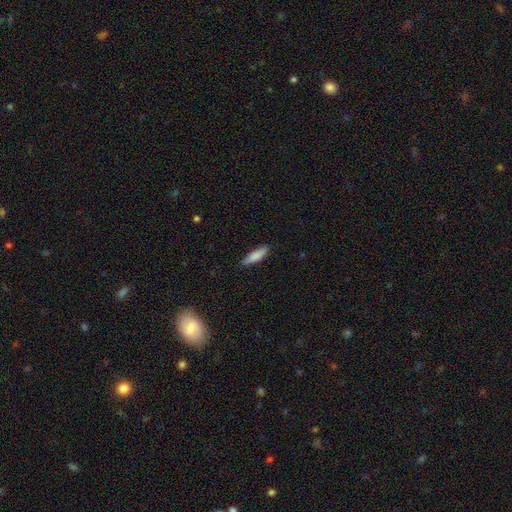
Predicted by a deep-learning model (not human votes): A smooth galaxy with no disk features (84%) that is cigar-shaped (61%). Merging: none (85%).